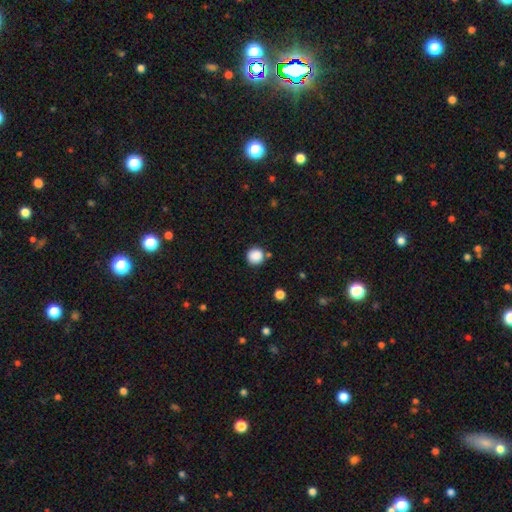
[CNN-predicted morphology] smooth_or_featured: smooth (p=0.87) [alt: star or artifact p=0.10]
how_rounded: round (p=0.94) [alt: in between p=0.05]
merging: none (p=0.82) [alt: minor disturbance p=0.10]